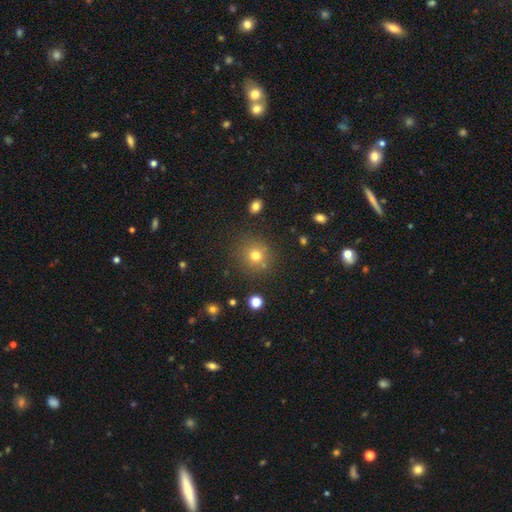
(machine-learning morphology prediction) type=smooth (75%); roundness=round (90%); merging=none (82%).